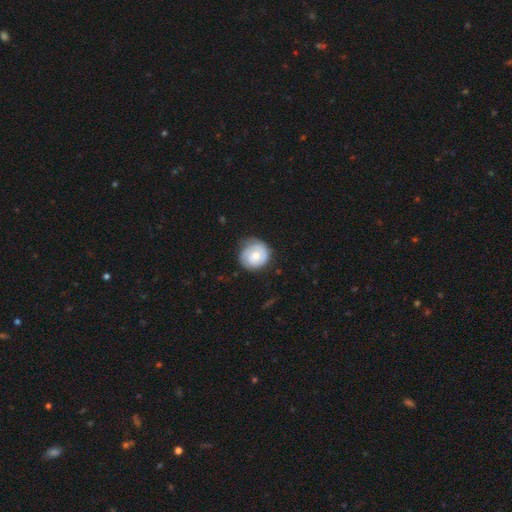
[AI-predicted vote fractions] Q: Smooth or featured?
A: smooth (48%); runner-up: featured or disk (46%)
Q: Merging?
A: none (68%); runner-up: minor disturbance (24%)